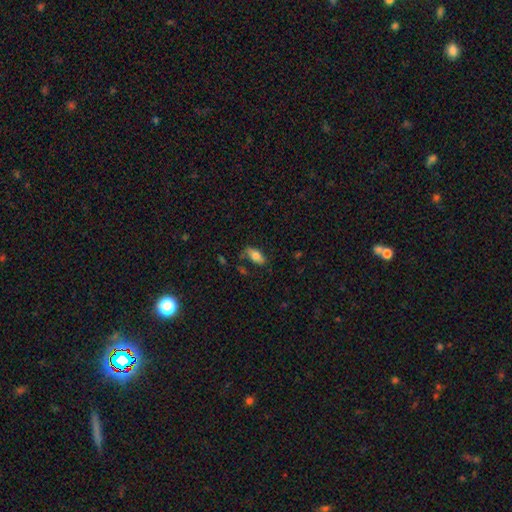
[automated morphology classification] Smooth or featured: smooth — 73% (featured or disk — 19%)
How rounded: in between — 85% (cigar-shaped — 12%)
Merging: none — 62% (minor disturbance — 24%)